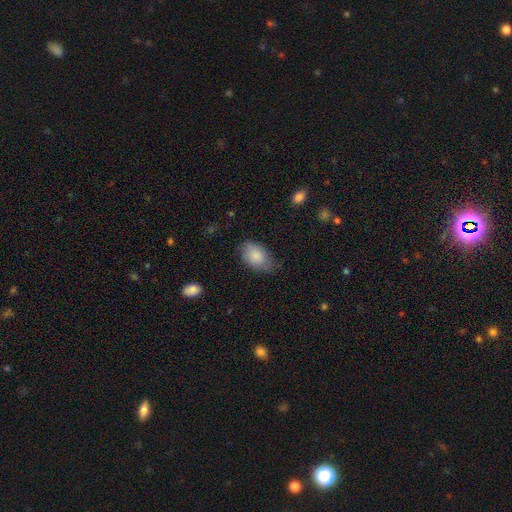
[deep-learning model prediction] Overall: smooth (84%). How rounded: in between (88%). Merging: none (61%; minor disturbance 30%).